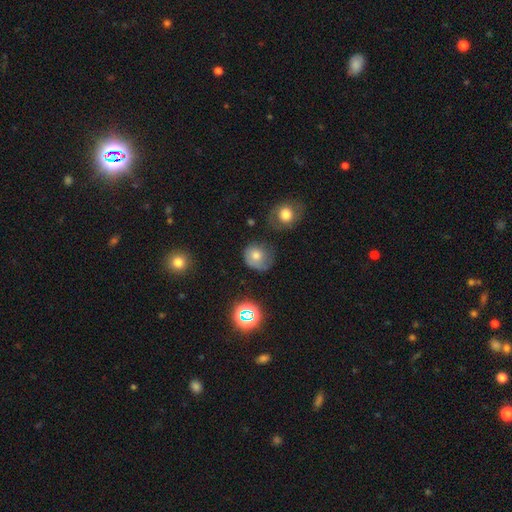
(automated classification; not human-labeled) Smooth or featured: smooth — 65% (featured or disk — 21%)
How rounded: round — 74% (in between — 25%)
Merging: none — 47% (minor disturbance — 30%)